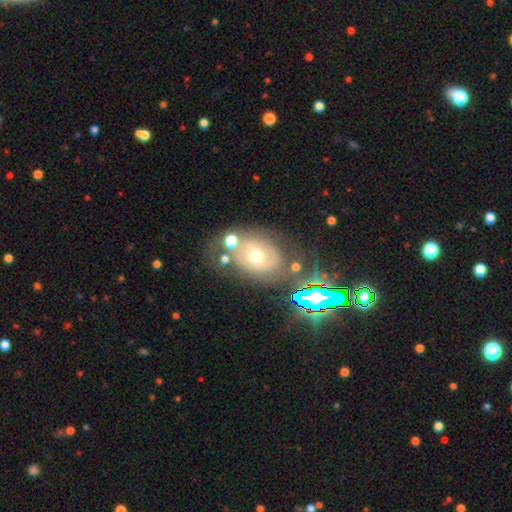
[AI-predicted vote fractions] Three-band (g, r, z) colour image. It shows a smooth galaxy with no disk features (42%). Merging: none (59%).